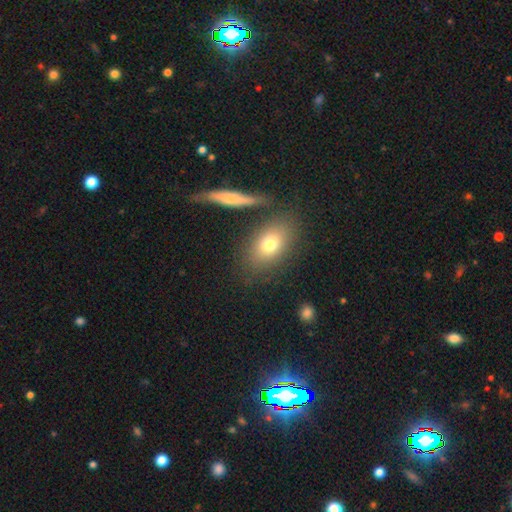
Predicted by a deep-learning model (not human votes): smooth-or-featured: smooth: 59% | star or artifact: 21% | featured or disk: 20%
  how-rounded: in between: 73% | round: 18% | cigar-shaped: 9%
  merging: none: 79% | merger: 9% | minor disturbance: 9% | major disturbance: 3%